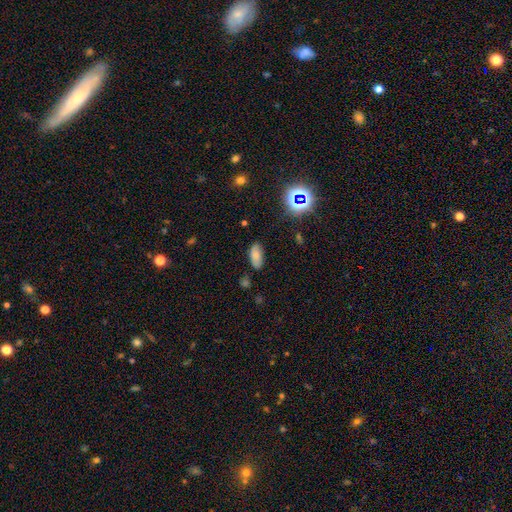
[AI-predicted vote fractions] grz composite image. It shows a smooth galaxy with no disk features (75%) that is in between round and cigar-shaped (90%). Merging: none (76%).